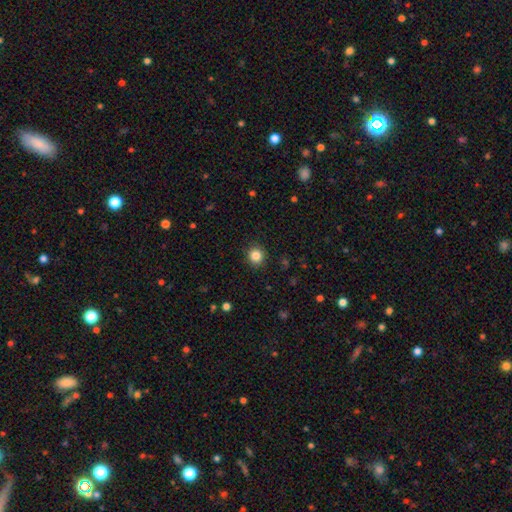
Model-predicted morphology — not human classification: A smooth galaxy with no disk features (85%) that is round (88%). Merging: none (90%).